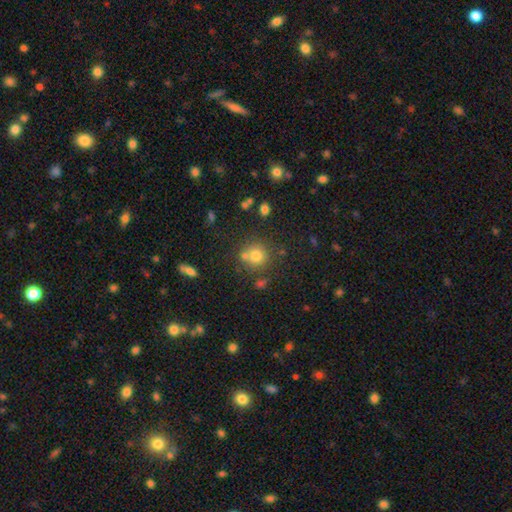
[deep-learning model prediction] smooth 75%, star or artifact 15%, featured or disk 10%. Down the decision tree: how rounded — round (90%); merging — none (69%).